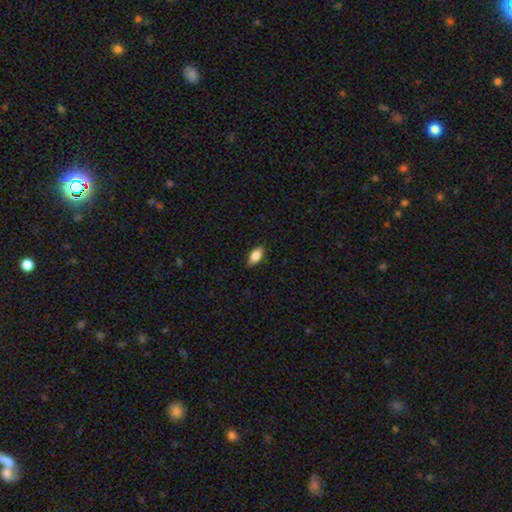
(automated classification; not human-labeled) The model was most divided on "smooth or featured": smooth: 81%, featured or disk: 12%, star or artifact: 7%. More confident: how rounded — in between (87%); merging — none (87%).